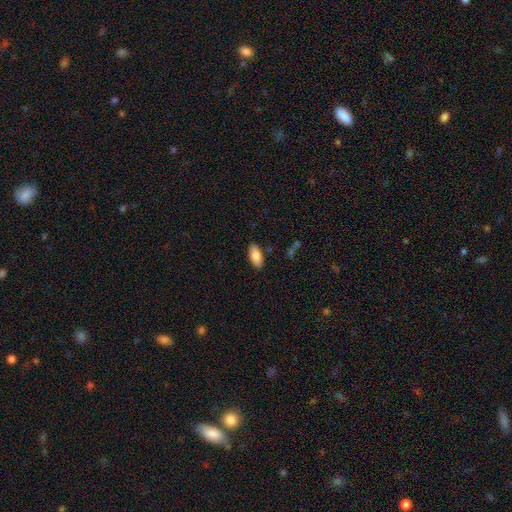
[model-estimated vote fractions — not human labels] This is clearly a smooth galaxy (85%). How rounded: clearly in between (88%). Merging: clearly none (87%).